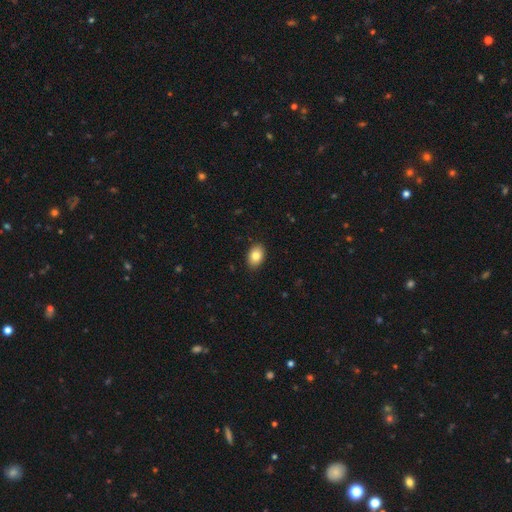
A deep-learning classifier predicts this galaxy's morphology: This appears to be a smooth galaxy with no disk features (83%) that is in between round and cigar-shaped (85%). Merging: none (89%).